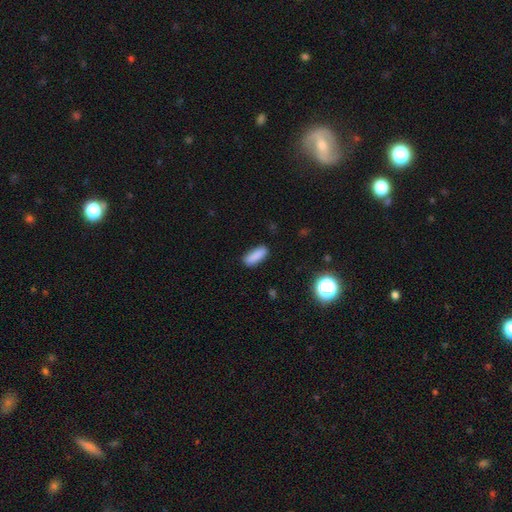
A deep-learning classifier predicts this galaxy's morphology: smooth 88%, star or artifact 8%, featured or disk 4%. Down the decision tree: how rounded — in between (64%); merging — none (86%).